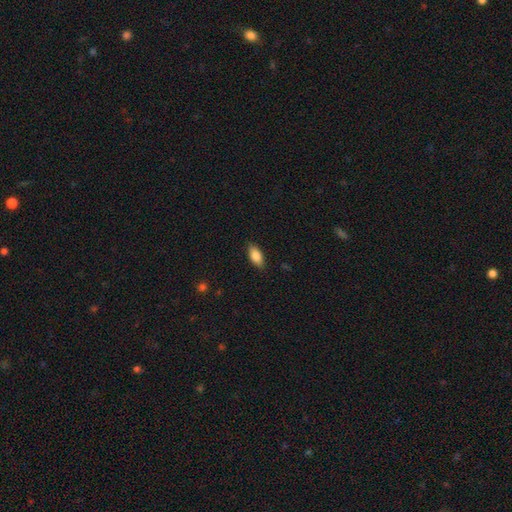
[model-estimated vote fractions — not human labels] The model was most divided on "smooth or featured": smooth: 85%, featured or disk: 9%, star or artifact: 7%. More confident: how rounded — in between (89%); merging — none (88%).